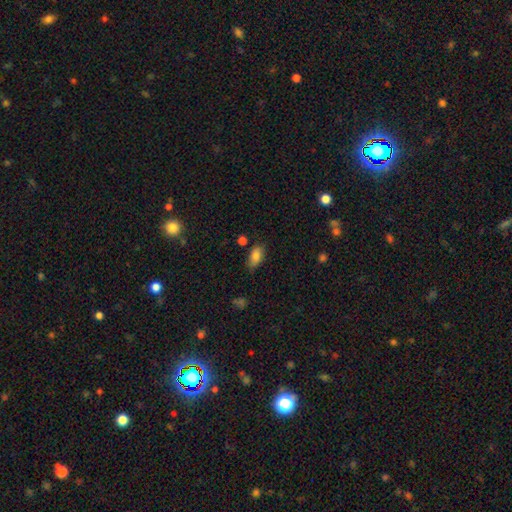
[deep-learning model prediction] The model was most divided on "merging": none: 72%, minor disturbance: 21%, major disturbance: 4%, merger: 3%. More confident: how rounded — in between (89%); smooth or featured — smooth (84%).